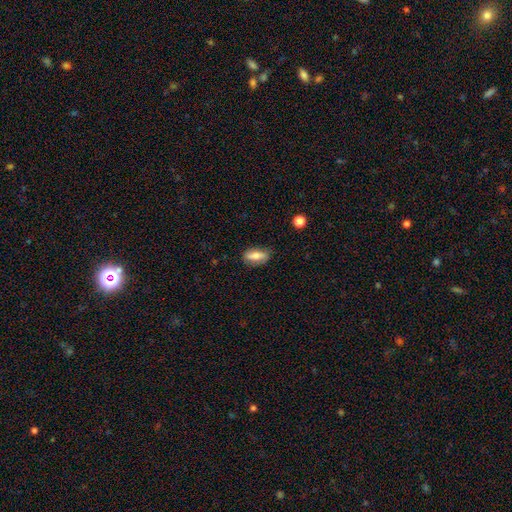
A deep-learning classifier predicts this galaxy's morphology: smooth_or_featured: smooth (p=0.64) [alt: featured or disk p=0.28]
how_rounded: in between (p=0.80) [alt: cigar-shaped p=0.15]
merging: none (p=0.79) [alt: minor disturbance p=0.17]